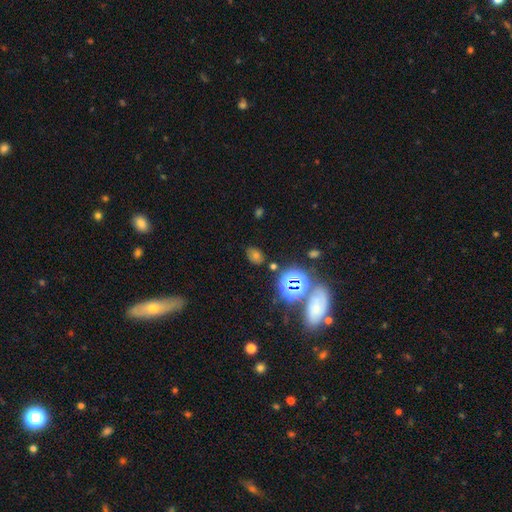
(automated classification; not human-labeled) The model was most divided on "smooth or featured": smooth: 43%, star or artifact: 41%, featured or disk: 15%. More confident: merging — none (73%).